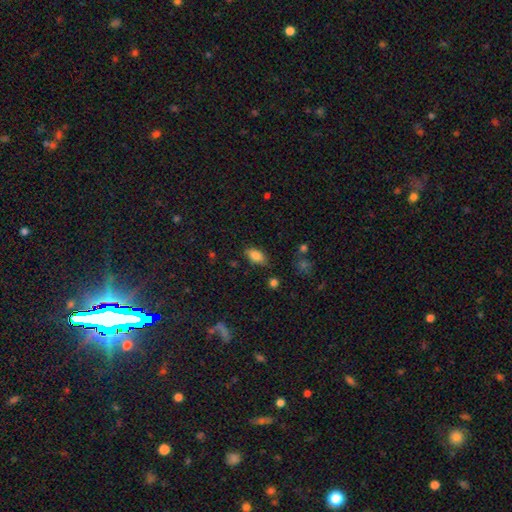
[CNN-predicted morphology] This appears to be a smooth galaxy with no disk features (83%) that is in between round and cigar-shaped (90%). Merging: none (80%).